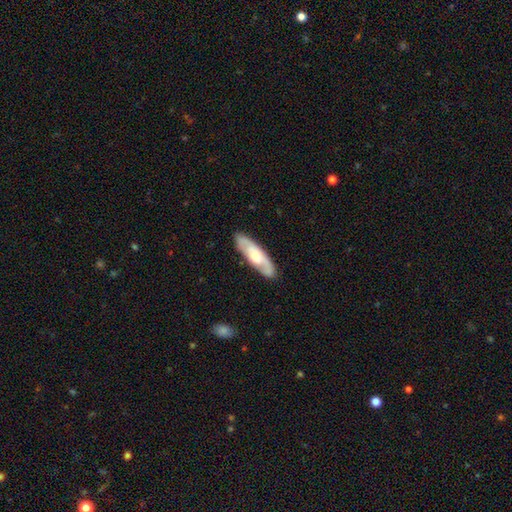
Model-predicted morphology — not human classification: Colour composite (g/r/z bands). It shows a featured or disk galaxy (52%). Merging: none (85%).